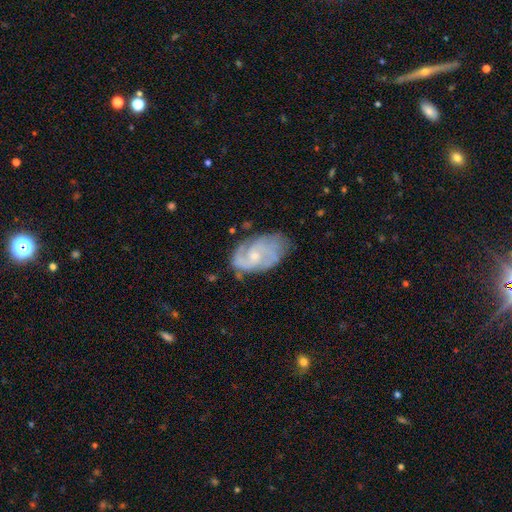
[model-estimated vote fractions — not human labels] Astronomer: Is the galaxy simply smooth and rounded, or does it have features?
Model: featured or disk — 79%.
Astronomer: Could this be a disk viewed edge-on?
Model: no — 97%.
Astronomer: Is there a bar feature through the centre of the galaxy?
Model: no — 65%.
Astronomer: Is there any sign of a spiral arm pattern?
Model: yes — 94%.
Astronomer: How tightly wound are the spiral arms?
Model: medium — 45% (runner-up: tight, 40%).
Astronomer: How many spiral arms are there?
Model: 2 — 43% (runner-up: can't tell, 22%).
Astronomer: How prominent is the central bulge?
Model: small — 66%.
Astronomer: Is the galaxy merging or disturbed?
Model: none — 63%.